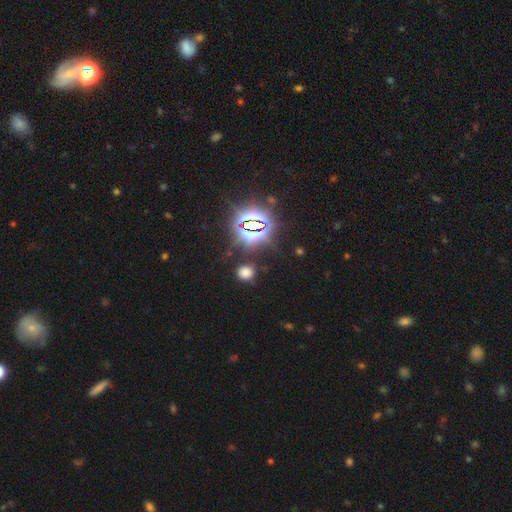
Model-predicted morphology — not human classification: Smooth or featured? Predicted: star or artifact (p=0.82).